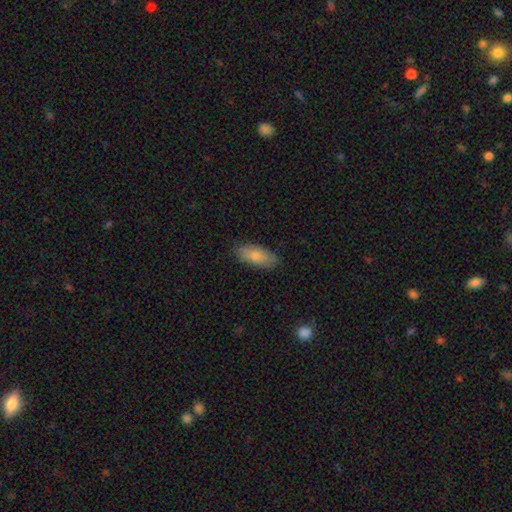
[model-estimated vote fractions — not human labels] This appears to be a smooth galaxy with no disk features (80%) that is in between round and cigar-shaped (84%). Merging: none (83%).